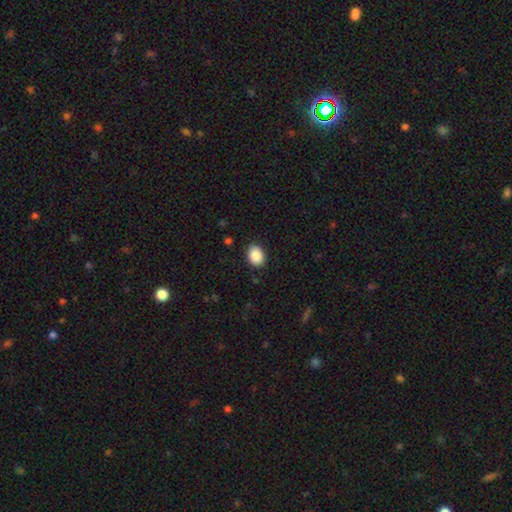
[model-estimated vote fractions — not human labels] Overall: smooth (89%). How rounded: in between (69%; round 30%). Merging: none (88%).